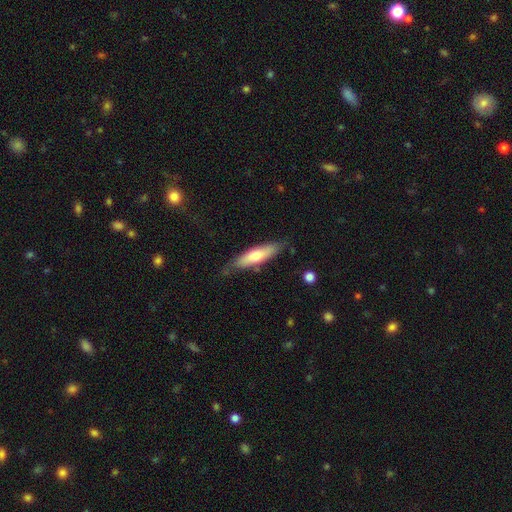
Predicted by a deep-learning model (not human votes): Overall: smooth (61%; featured or disk 33%). How rounded: cigar-shaped (65%; in between 33%). Merging: none (74%).